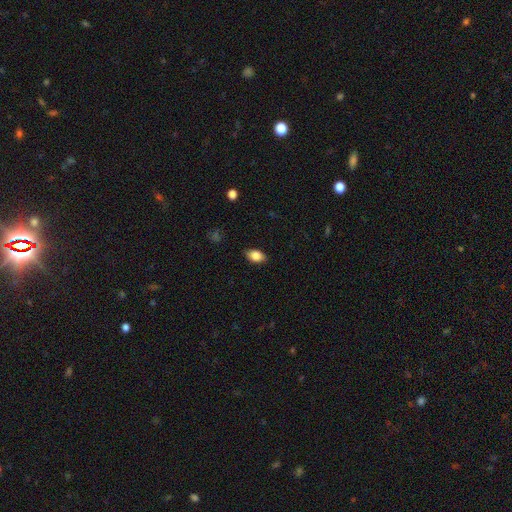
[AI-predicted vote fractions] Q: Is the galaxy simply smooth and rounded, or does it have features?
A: smooth — 84%.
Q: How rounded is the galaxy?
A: in between — 87%.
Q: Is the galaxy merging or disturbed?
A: none — 85%.